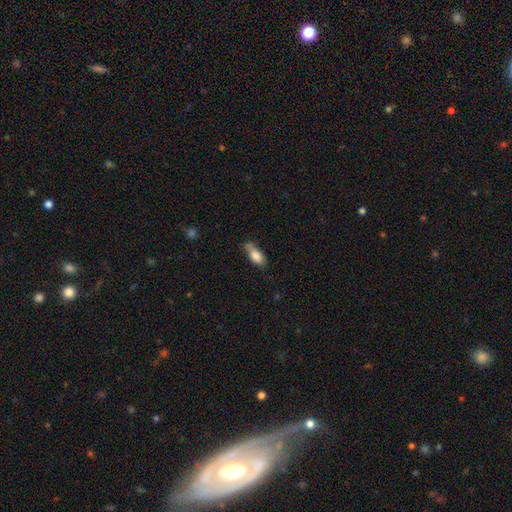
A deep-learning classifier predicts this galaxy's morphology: smooth_or_featured: smooth (p=0.81) [alt: featured or disk p=0.11]
how_rounded: in between (p=0.84) [alt: cigar-shaped p=0.13]
merging: none (p=0.49) [alt: minor disturbance p=0.30]